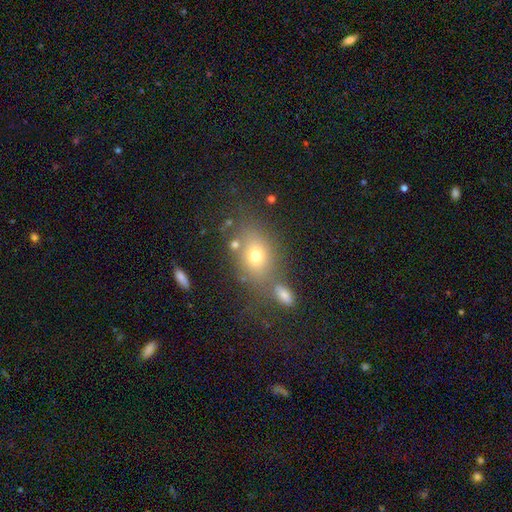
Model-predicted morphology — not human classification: smooth_or_featured: smooth (p=0.67) [alt: featured or disk p=0.18]
how_rounded: in between (p=0.68) [alt: round p=0.30]
merging: none (p=0.62) [alt: merger p=0.17]